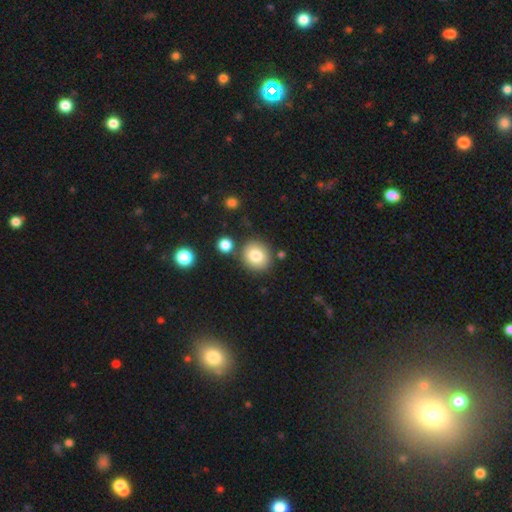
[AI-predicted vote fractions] smooth_or_featured: smooth (p=0.80) [alt: star or artifact p=0.10]
how_rounded: round (p=0.84) [alt: in between p=0.15]
merging: none (p=0.81) [alt: minor disturbance p=0.09]